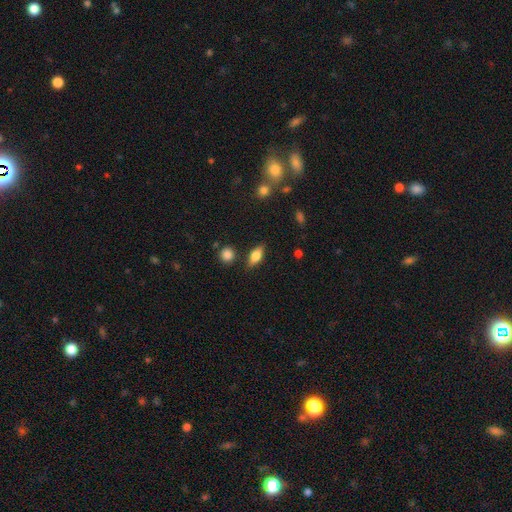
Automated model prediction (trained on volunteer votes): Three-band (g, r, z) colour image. It shows a smooth galaxy with no disk features (70%) that is in between round and cigar-shaped (77%). Merging: none (83%).